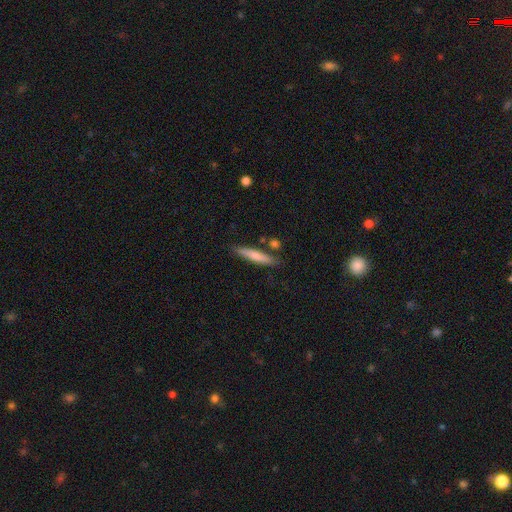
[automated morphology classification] Smooth or featured: smooth — 69% (featured or disk — 25%)
How rounded: cigar-shaped — 89% (in between — 9%)
Merging: none — 79% (minor disturbance — 12%)